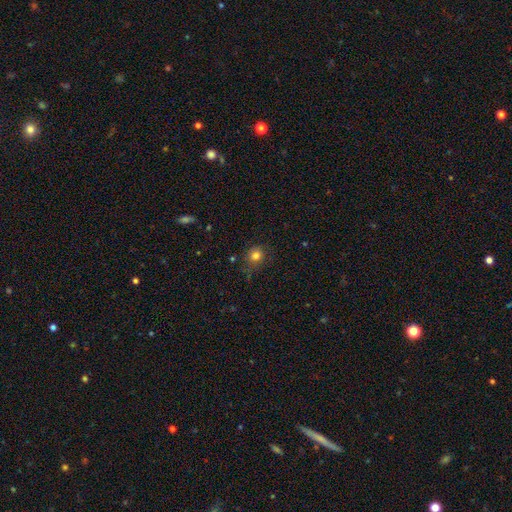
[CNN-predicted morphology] This is likely a smooth galaxy (80%). How rounded: likely round (74%). Merging: likely none (70%).